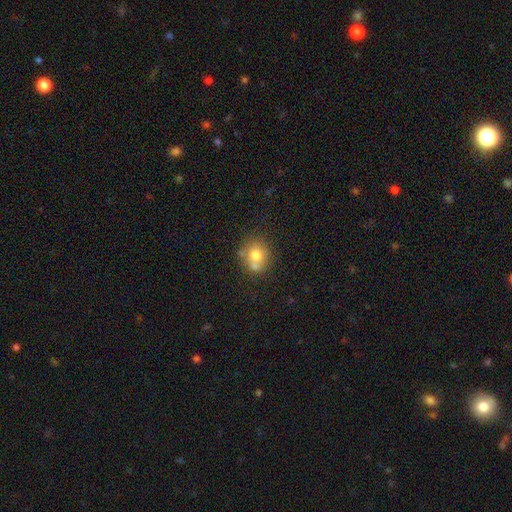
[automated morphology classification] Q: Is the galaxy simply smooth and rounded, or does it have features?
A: smooth — 70%.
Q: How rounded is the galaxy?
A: round — 78%.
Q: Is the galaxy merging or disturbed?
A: none — 51%.